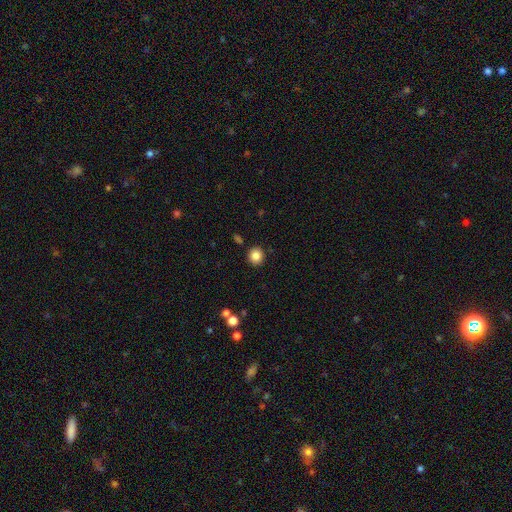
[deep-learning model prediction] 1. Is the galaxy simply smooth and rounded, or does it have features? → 85% smooth, 10% star or artifact, 5% featured or disk.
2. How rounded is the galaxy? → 87% round, 12% in between, 1% cigar-shaped.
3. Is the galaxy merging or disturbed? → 90% none, 6% minor disturbance, 2% merger, 2% major disturbance.